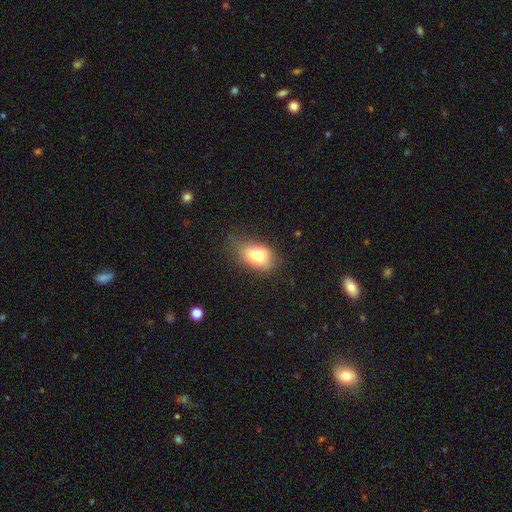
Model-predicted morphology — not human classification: A smooth galaxy with no disk features (72%) that is in between round and cigar-shaped (85%).

Vote fractions:
- Smooth or featured? smooth: 72% / featured or disk: 18% / star or artifact: 10%
- How rounded? in between: 85% / round: 12% / cigar-shaped: 2%
- Merging? none: 41% / minor disturbance: 27% / merger: 21% / major disturbance: 11%